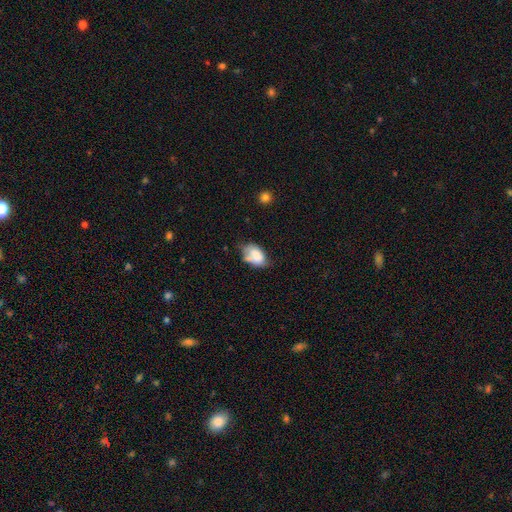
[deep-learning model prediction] smooth_or_featured: smooth (p=0.74) [alt: featured or disk p=0.17]
how_rounded: in between (p=0.88) [alt: round p=0.11]
merging: none (p=0.41) [alt: minor disturbance p=0.37]